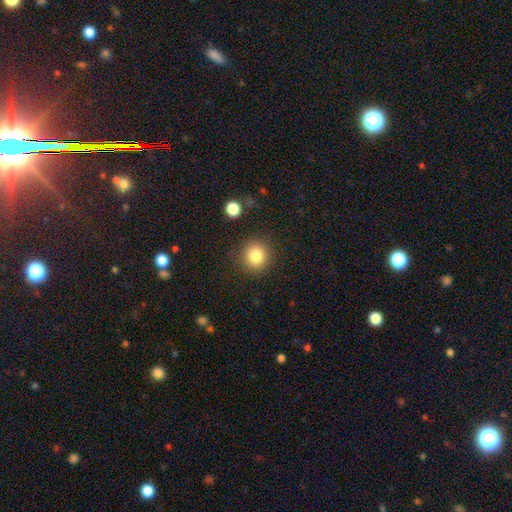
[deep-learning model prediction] This appears to be a smooth galaxy with no disk features (82%) that is round (91%). Merging: none (89%).